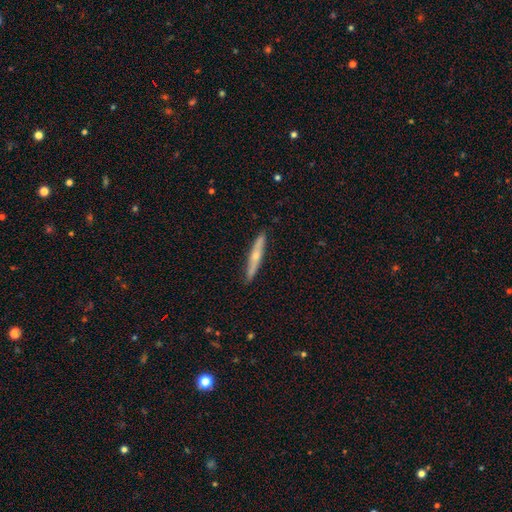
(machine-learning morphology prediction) Smooth or featured?
  - featured or disk: 55% *
  - smooth: 39%
  - star or artifact: 6%
Edge-on disk?
  - yes: 93% *
  - no: 7%
Edge-on bulge?
  - rounded: 80% *
  - none: 17%
  - boxy: 2%
Merging?
  - none: 89% *
  - minor disturbance: 8%
  - major disturbance: 1%
  - merger: 1%